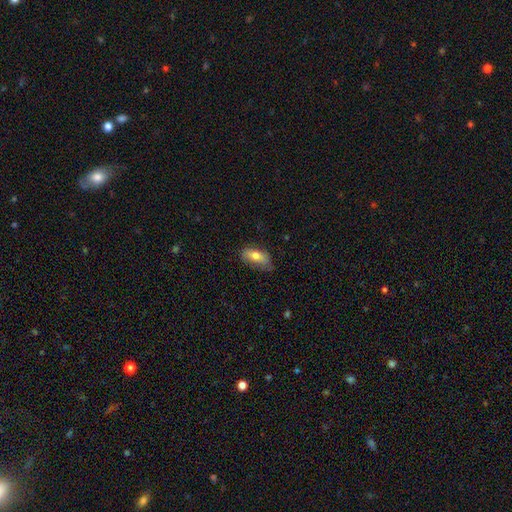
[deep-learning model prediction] This appears to be a smooth galaxy with no disk features (72%) that is in between round and cigar-shaped (85%). Merging: none (63%).